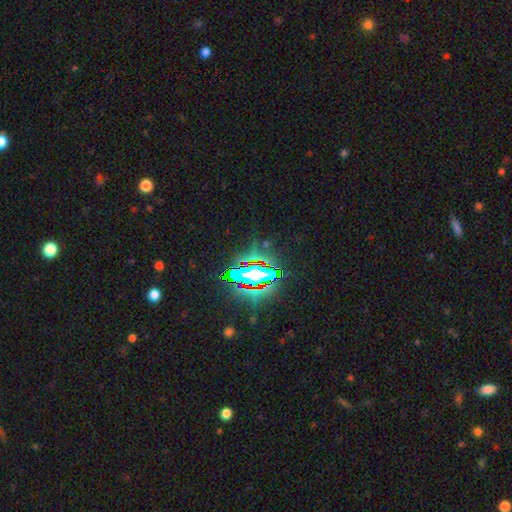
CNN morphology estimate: Smooth or featured: star or artifact — 84% (smooth — 9%)